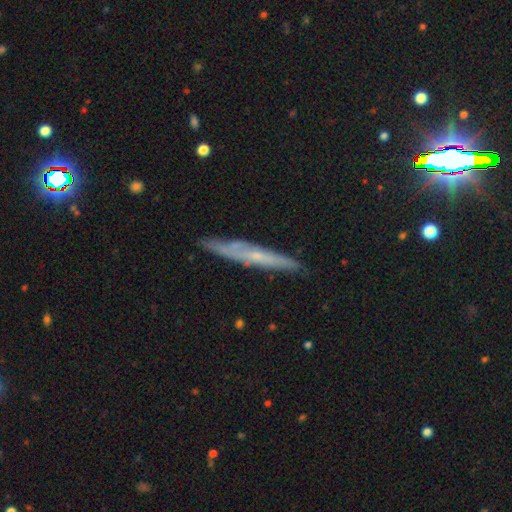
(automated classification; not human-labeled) Smooth or featured: featured or disk — 58% (smooth — 32%)
Edge-on disk: yes — 84% (no — 16%)
Merging: none — 82% (minor disturbance — 14%)